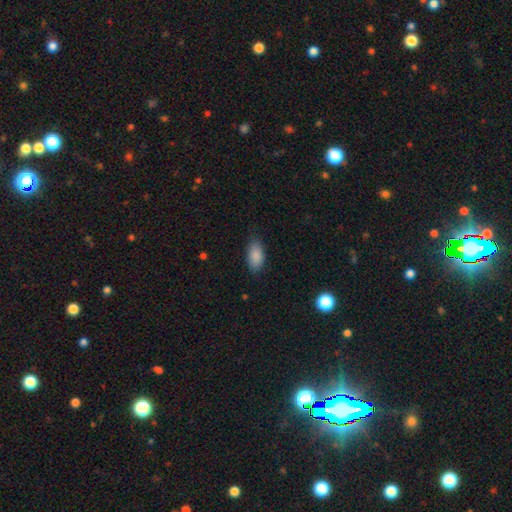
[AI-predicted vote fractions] Morphology: type=smooth (88%); roundness=in between (92%); merging=none (79%).